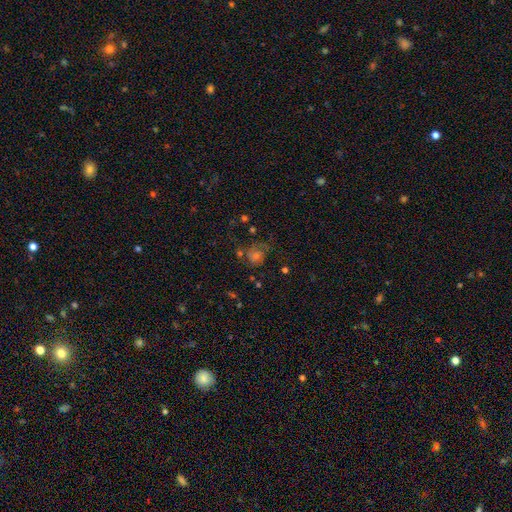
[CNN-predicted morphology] The model was most divided on "smooth or featured": smooth: 41%, featured or disk: 33%, star or artifact: 27%. More confident: merging — none (54%).